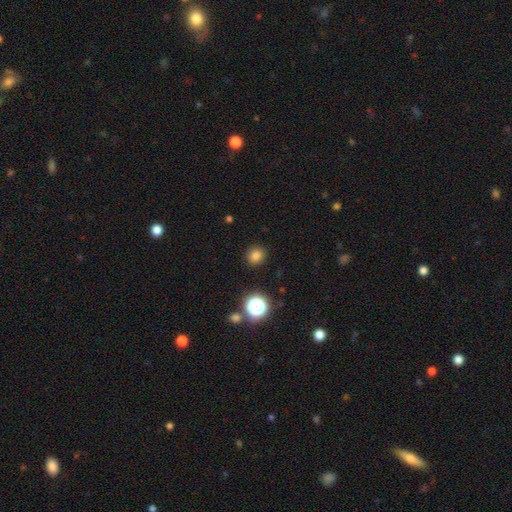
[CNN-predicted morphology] smooth_or_featured: smooth (p=0.80) [alt: star or artifact p=0.15]
how_rounded: round (p=0.82) [alt: in between p=0.17]
merging: none (p=0.90) [alt: minor disturbance p=0.06]